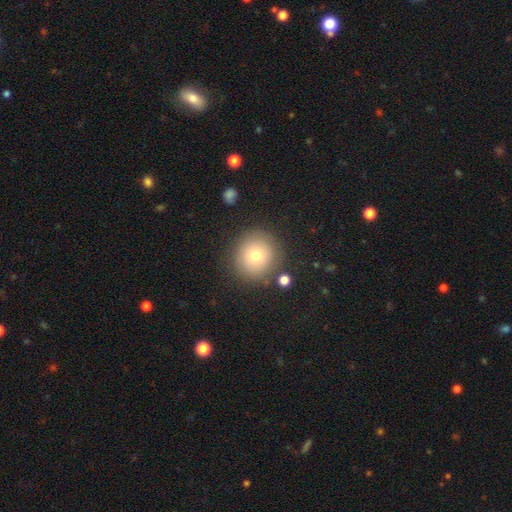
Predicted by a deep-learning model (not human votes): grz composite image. It shows a smooth galaxy with no disk features (74%) that is round (92%). Merging: none (85%).